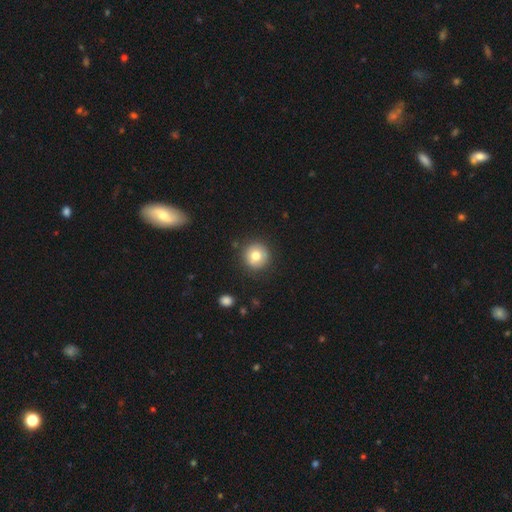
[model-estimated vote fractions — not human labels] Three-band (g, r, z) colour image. It shows a smooth galaxy with no disk features (77%) that is round (94%). Merging: none (88%).